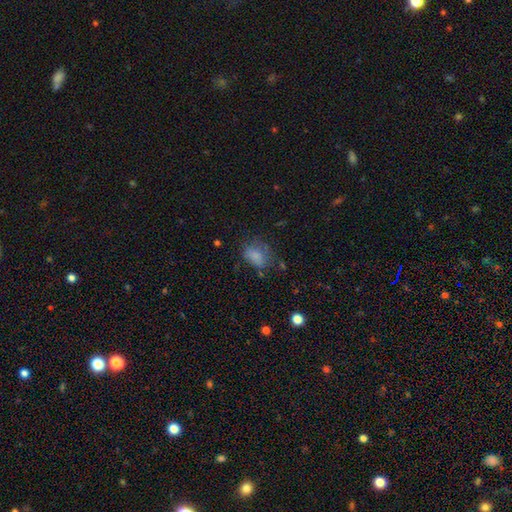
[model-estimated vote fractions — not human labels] Smooth or featured? Predicted: smooth (p=0.76). How rounded? Predicted: in between (p=0.74). Merging? Predicted: none (p=0.50).